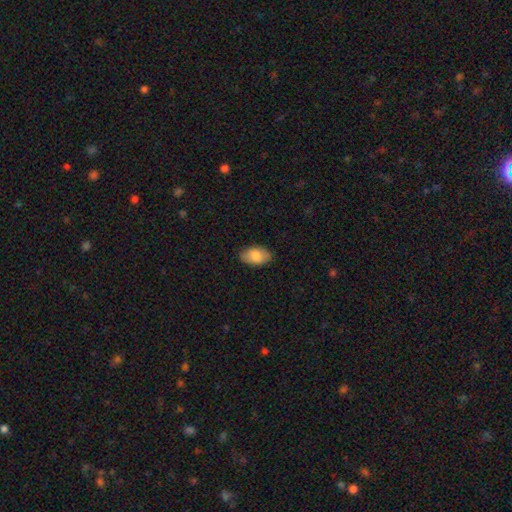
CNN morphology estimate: Overall: smooth (83%). How rounded: in between (93%). Merging: none (85%).